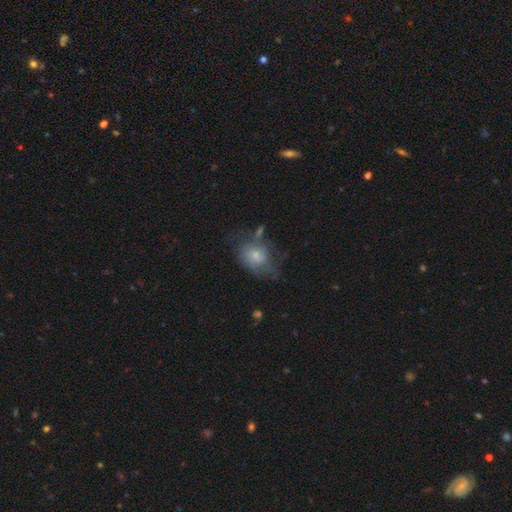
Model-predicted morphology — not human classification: Smooth or featured?
  - smooth: 62% *
  - featured or disk: 30%
  - star or artifact: 8%
How rounded?
  - in between: 60% *
  - round: 39%
  - cigar-shaped: 1%
Merging?
  - none: 36% *
  - minor disturbance: 31%
  - major disturbance: 26%
  - merger: 6%